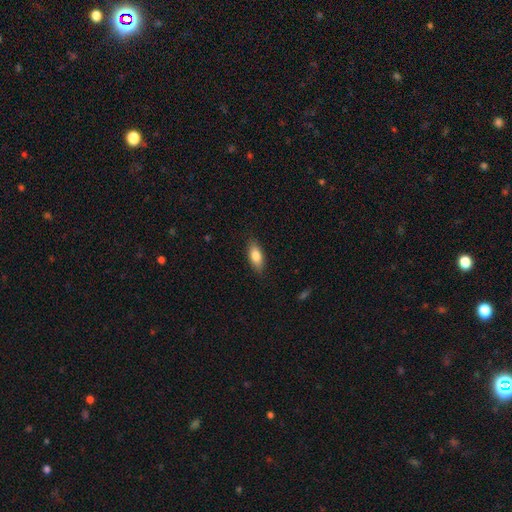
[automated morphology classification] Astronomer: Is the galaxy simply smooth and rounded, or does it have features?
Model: smooth — 80%.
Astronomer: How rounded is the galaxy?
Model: in between — 80%.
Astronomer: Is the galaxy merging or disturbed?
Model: none — 86%.